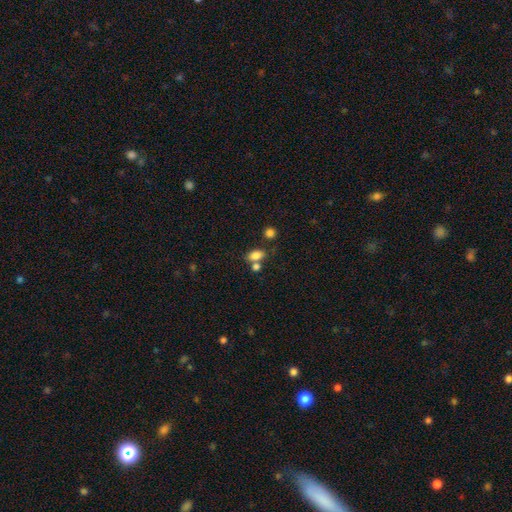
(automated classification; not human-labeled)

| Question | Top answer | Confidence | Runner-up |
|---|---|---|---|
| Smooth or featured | smooth | 82% | star or artifact (11%) |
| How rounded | in between | 84% | round (13%) |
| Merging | none | 55% | merger (28%) |